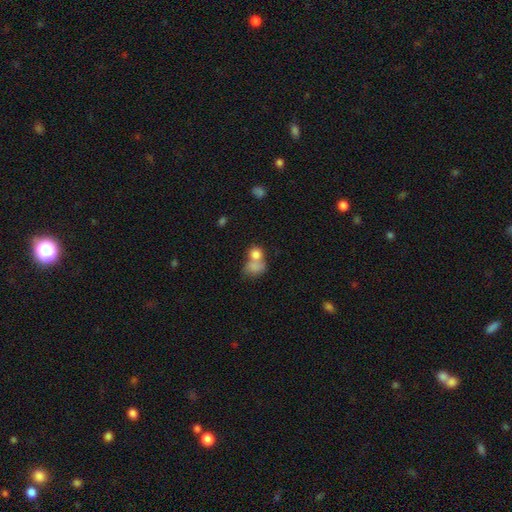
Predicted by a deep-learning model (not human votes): This appears to be a smooth galaxy with no disk features (77%) that is round (56%). Merging: merger (54%).